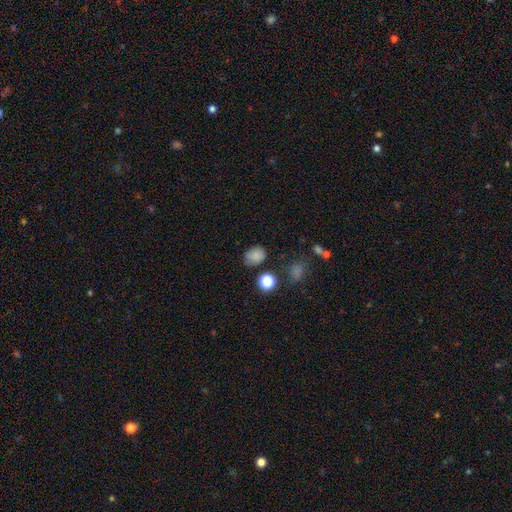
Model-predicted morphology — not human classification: This appears to be a smooth galaxy with no disk features (81%) that is in between round and cigar-shaped (60%). Merging: none (71%).